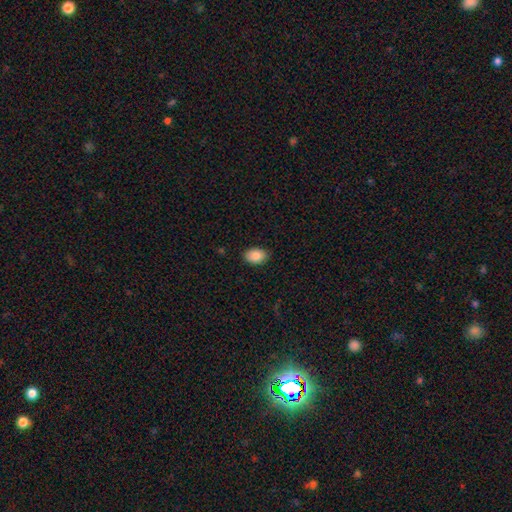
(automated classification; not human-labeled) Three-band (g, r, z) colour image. It shows a smooth galaxy with no disk features (88%) that is in between round and cigar-shaped (83%). Merging: none (88%).